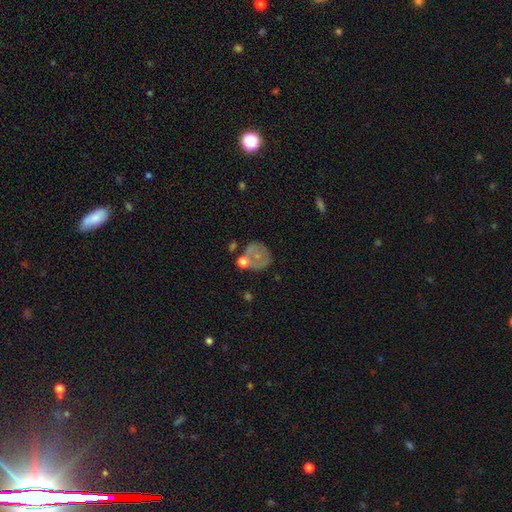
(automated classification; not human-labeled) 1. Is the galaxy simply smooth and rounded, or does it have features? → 53% smooth, 33% featured or disk, 14% star or artifact.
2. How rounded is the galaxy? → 74% round, 25% in between, 1% cigar-shaped.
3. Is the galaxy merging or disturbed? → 49% none, 18% minor disturbance, 18% merger, 15% major disturbance.